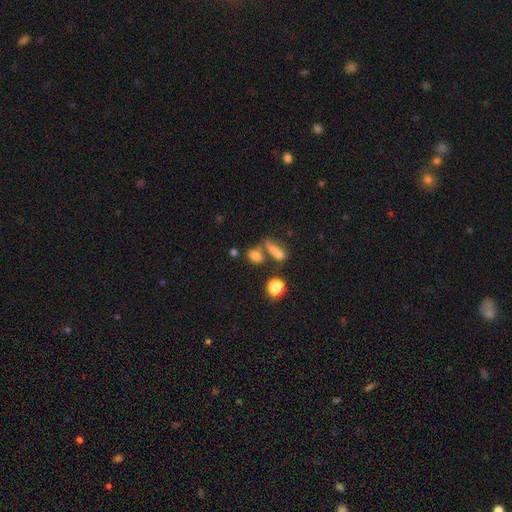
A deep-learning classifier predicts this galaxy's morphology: A smooth galaxy with no disk features (76%) that is in between round and cigar-shaped (65%). Merging: none (51%).